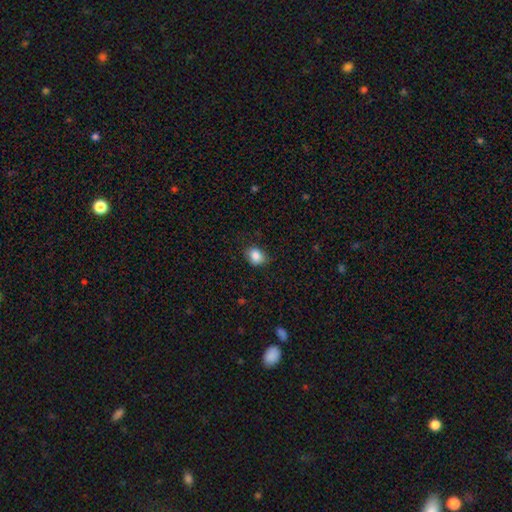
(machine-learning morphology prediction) Overall: smooth (86%). How rounded: in between (51%; round 48%). Merging: none (78%).